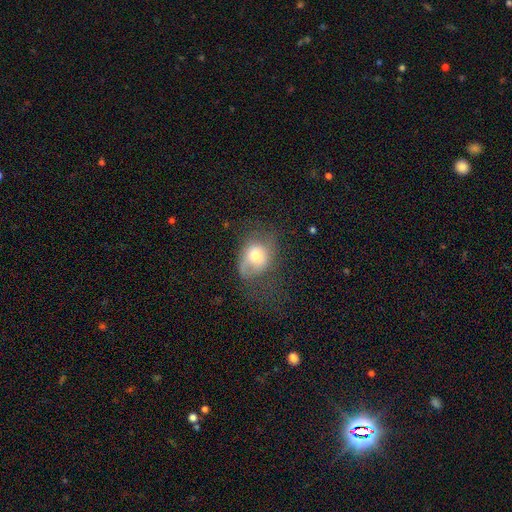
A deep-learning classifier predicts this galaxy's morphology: Smooth or featured: smooth — 62% (featured or disk — 28%)
How rounded: in between — 54% (round — 45%)
Merging: none — 37% (major disturbance — 33%)